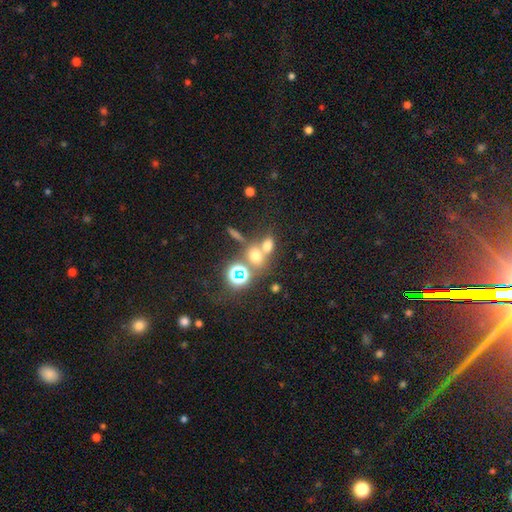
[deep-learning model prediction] Overall: smooth (61%; star or artifact 25%). How rounded: round (54%; in between 44%). Merging: merger (46%; none 41%).